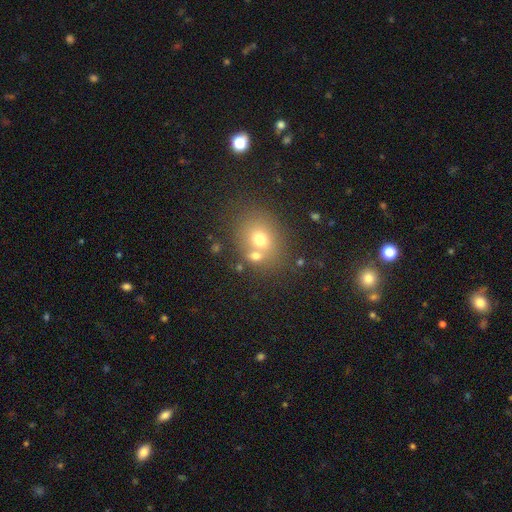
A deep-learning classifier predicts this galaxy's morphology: A smooth galaxy with no disk features (68%) that is round (61%).

Vote fractions:
- Smooth or featured? smooth: 68% / featured or disk: 17% / star or artifact: 15%
- How rounded? round: 61% / in between: 37% / cigar-shaped: 1%
- Merging? none: 53% / merger: 32% / minor disturbance: 11% / major disturbance: 5%